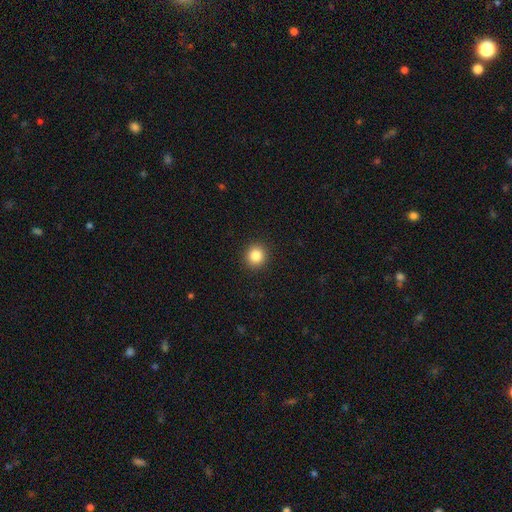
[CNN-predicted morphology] smooth_or_featured: smooth (p=0.85) [alt: star or artifact p=0.10]
how_rounded: round (p=0.91) [alt: in between p=0.08]
merging: none (p=0.93) [alt: minor disturbance p=0.05]